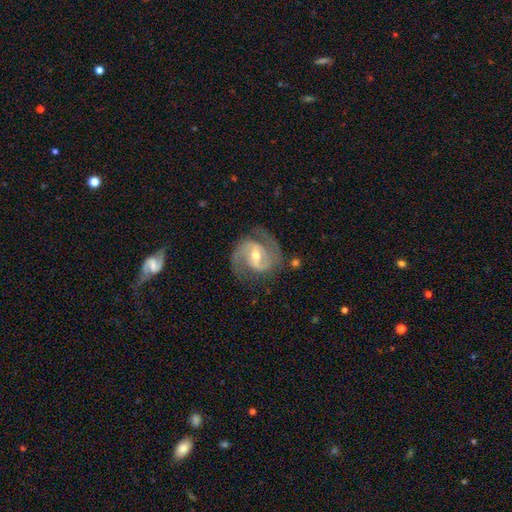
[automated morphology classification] Smooth or featured?
  - featured or disk: 89% *
  - smooth: 6%
  - star or artifact: 5%
Edge-on disk?
  - no: 98% *
  - yes: 2%
Bar?
  - weak: 49% *
  - strong: 34%
  - no: 17%
Spiral arms?
  - yes: 97% *
  - no: 3%
Spiral winding?
  - medium: 56% *
  - tight: 29%
  - loose: 14%
Spiral arm count?
  - 2: 90% *
  - can't tell: 3%
  - 3: 2%
  - 1: 2%
  - 4: 1%
  - more than 4: 1%
Bulge size?
  - moderate: 63% *
  - small: 32%
  - large: 3%
  - none: 1%
  - dominant: 1%
Merging?
  - none: 76% *
  - minor disturbance: 15%
  - major disturbance: 6%
  - merger: 2%